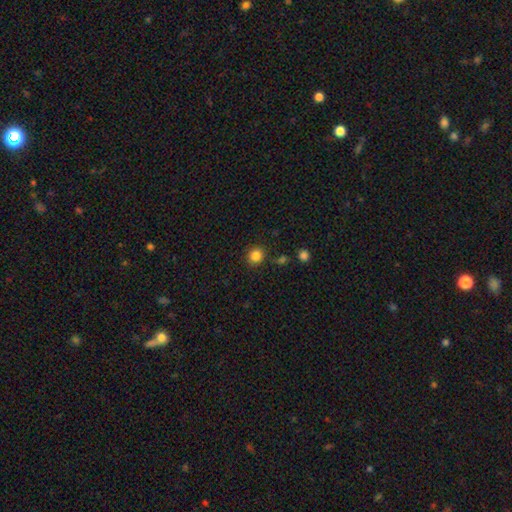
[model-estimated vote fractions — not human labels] Morphology: type=smooth (84%); roundness=round (87%); merging=none (87%).